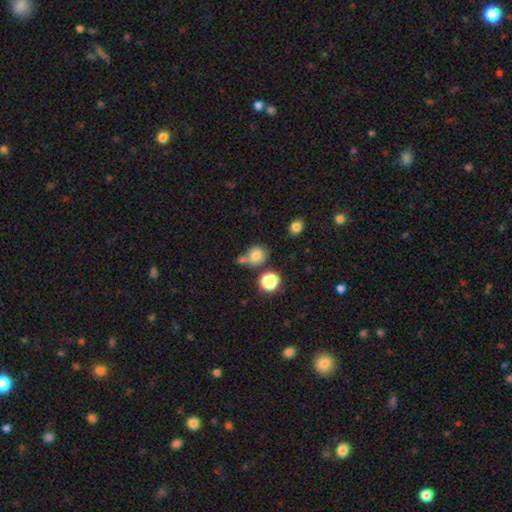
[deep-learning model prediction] The model was most divided on "merging": none: 45%, merger: 27%, minor disturbance: 18%, major disturbance: 10%. More confident: smooth or featured — smooth (75%); how rounded — round (69%).